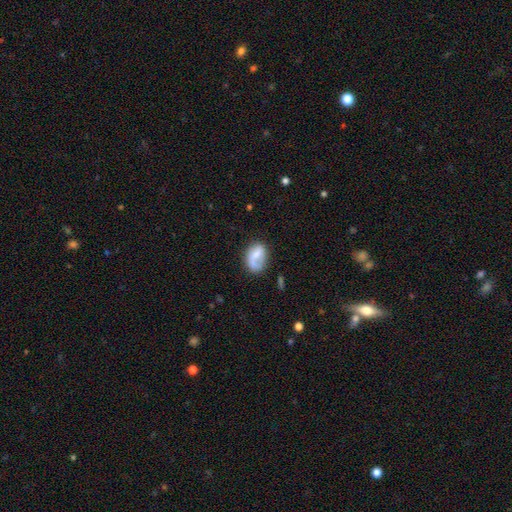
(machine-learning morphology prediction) A smooth galaxy with no disk features (56%) that is in between round and cigar-shaped (82%). Merging: none (52%).